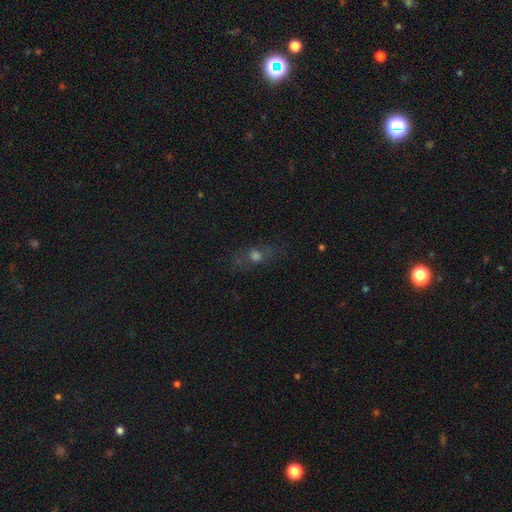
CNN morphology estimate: Q: Smooth or featured?
A: smooth (41%); runner-up: featured or disk (32%)
Q: Merging?
A: none (73%); runner-up: minor disturbance (15%)